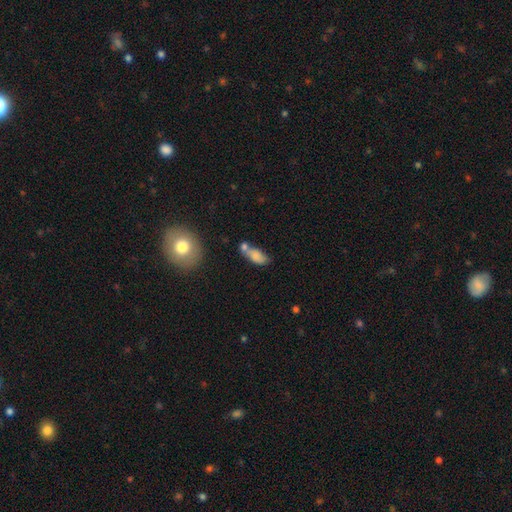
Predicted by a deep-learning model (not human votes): Q: Smooth or featured?
A: smooth (75%); runner-up: featured or disk (16%)
Q: How rounded?
A: in between (79%); runner-up: cigar-shaped (16%)
Q: Merging?
A: merger (39%); runner-up: none (34%)